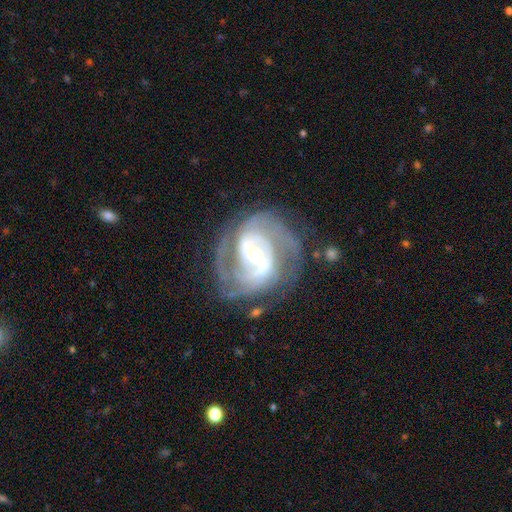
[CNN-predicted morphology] Smooth or featured? Predicted: featured or disk (p=0.89). Edge-on disk? Predicted: no (p=0.97). Bar? Predicted: weak (p=0.40). Spiral arms? Predicted: yes (p=0.96). Spiral winding? Predicted: tight (p=0.51). Spiral arm count? Predicted: 2 (p=0.51). Bulge size? Predicted: moderate (p=0.53). Merging? Predicted: none (p=0.68).